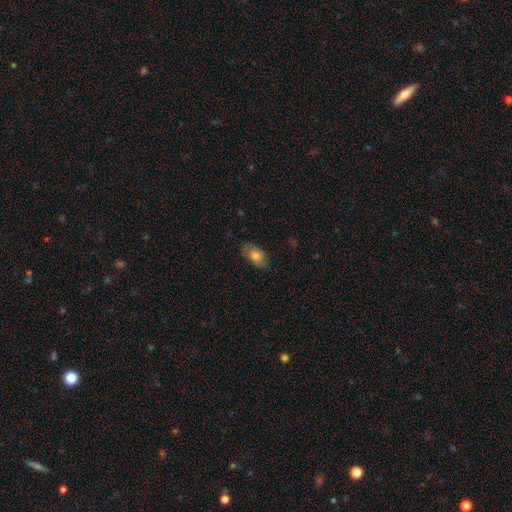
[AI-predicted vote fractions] Smooth or featured?
  - smooth: 74% *
  - featured or disk: 19%
  - star or artifact: 7%
How rounded?
  - in between: 91% *
  - round: 6%
  - cigar-shaped: 3%
Merging?
  - none: 78% *
  - minor disturbance: 17%
  - major disturbance: 4%
  - merger: 1%